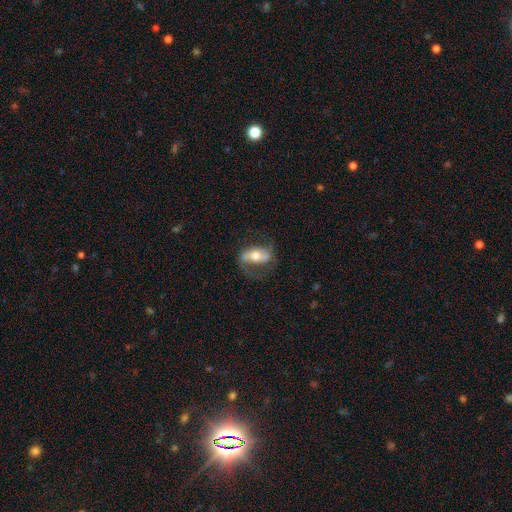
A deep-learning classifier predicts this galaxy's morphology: A featured or disk galaxy (68%) with a strong bar (39%), 2 (82%) loose (46%) spiral arms (85%) and a moderate central bulge (68%).

Vote fractions:
- Smooth or featured? featured or disk: 68% / smooth: 25% / star or artifact: 7%
- Edge-on disk? no: 92% / yes: 8%
- Bar? strong: 39% / weak: 31% / no: 29%
- Spiral arms? yes: 85% / no: 15%
- Spiral winding? loose: 46% / medium: 40% / tight: 14%
- Spiral arm count? 2: 82% / 1: 9% / can't tell: 6% / 3: 1% / 4: 1% / more than 4: 1%
- Bulge size? moderate: 68% / small: 16% / large: 13% / dominant: 2% / none: 1%
- Merging? none: 63% / minor disturbance: 19% / major disturbance: 16% / merger: 2%